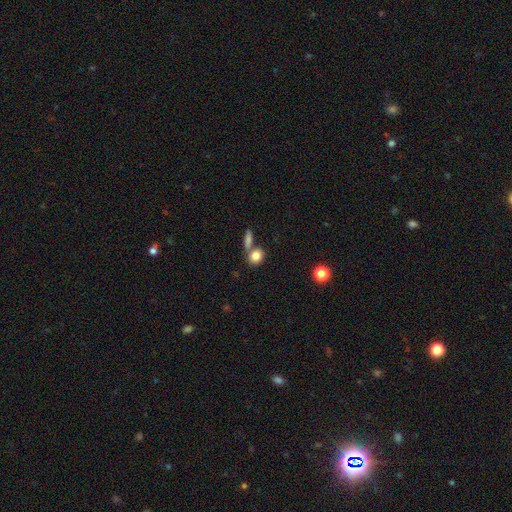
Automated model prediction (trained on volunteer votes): smooth 83%, star or artifact 9%, featured or disk 8%. Down the decision tree: how rounded — round (59%); merging — none (55%).